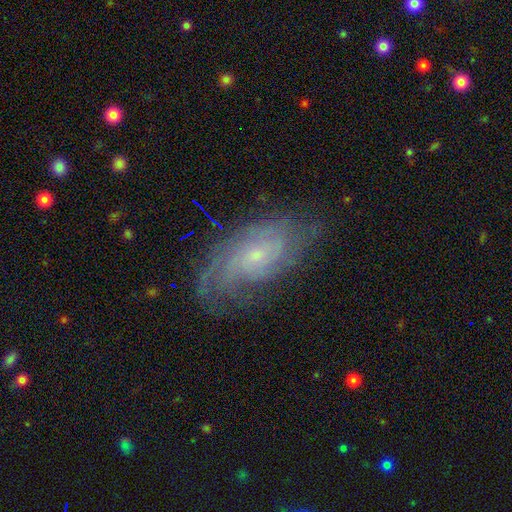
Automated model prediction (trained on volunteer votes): Smooth or featured? featured or disk (76%)
Edge-on disk? no (93%)
Bar? no (71%)
Spiral arms? yes (92%)
Spiral winding? tight (53%)
Spiral arm count? can't tell (46%)
Bulge size? small (78%)
Merging? none (70%)